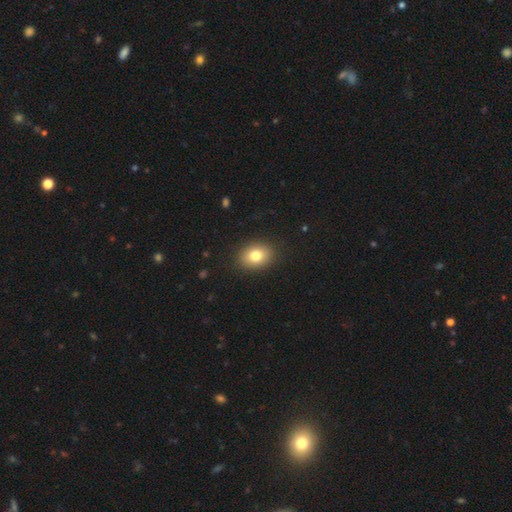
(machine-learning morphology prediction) A smooth galaxy with no disk features (81%) that is in between round and cigar-shaped (64%).

Vote fractions:
- Smooth or featured? smooth: 81% / star or artifact: 10% / featured or disk: 10%
- How rounded? in between: 64% / round: 35% / cigar-shaped: 1%
- Merging? none: 89% / minor disturbance: 7% / major disturbance: 2% / merger: 1%